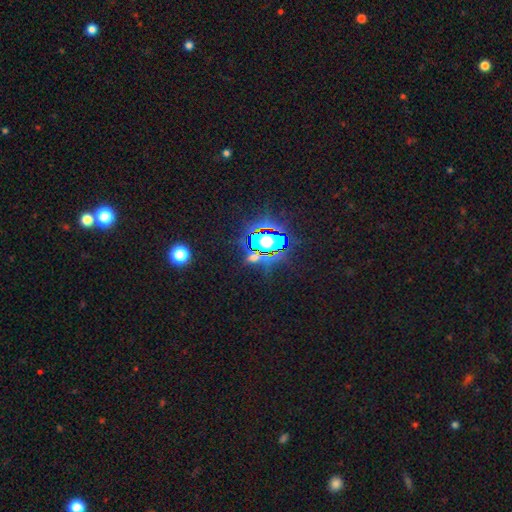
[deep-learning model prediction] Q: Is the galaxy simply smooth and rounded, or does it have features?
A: star or artifact — 72%.